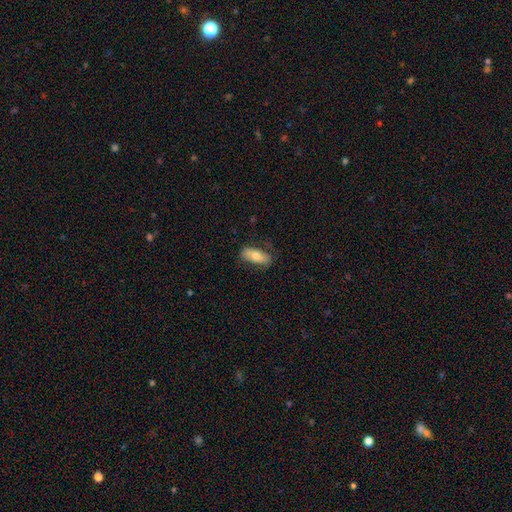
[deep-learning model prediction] A smooth galaxy with no disk features (71%) that is in between round and cigar-shaped (82%).

Vote fractions:
- Smooth or featured? smooth: 71% / featured or disk: 22% / star or artifact: 6%
- How rounded? in between: 82% / cigar-shaped: 16% / round: 3%
- Merging? none: 76% / minor disturbance: 18% / major disturbance: 4% / merger: 1%